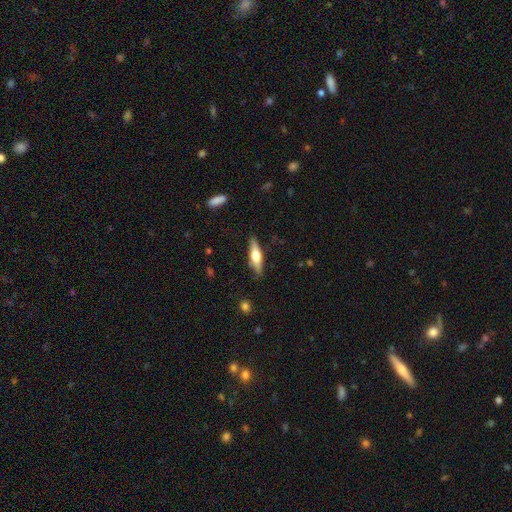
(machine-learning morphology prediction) A featured or disk galaxy (51%) viewed edge-on (94%). Merging: none (86%).